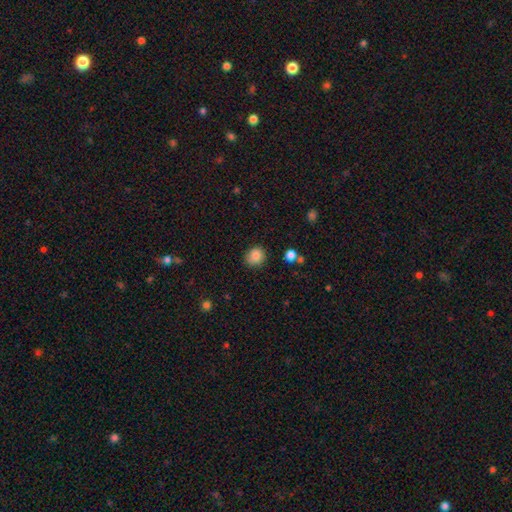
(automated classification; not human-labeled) A smooth galaxy with no disk features (85%) that is round (81%).

Vote fractions:
- Smooth or featured? smooth: 85% / star or artifact: 10% / featured or disk: 5%
- How rounded? round: 81% / in between: 18% / cigar-shaped: 1%
- Merging? none: 85% / minor disturbance: 11% / major disturbance: 3% / merger: 2%